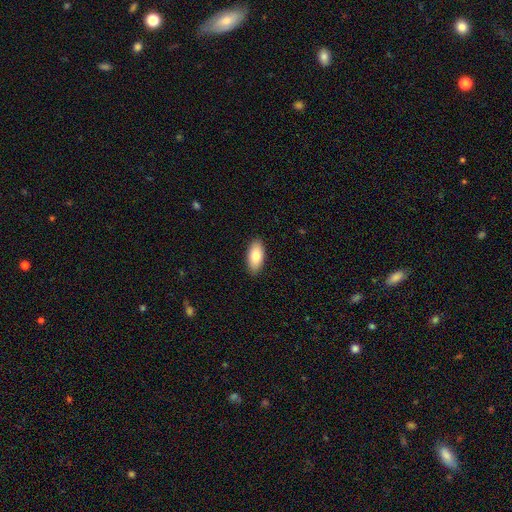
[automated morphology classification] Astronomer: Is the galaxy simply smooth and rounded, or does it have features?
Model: smooth — 82%.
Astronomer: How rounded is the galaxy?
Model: in between — 91%.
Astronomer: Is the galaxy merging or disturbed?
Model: none — 90%.